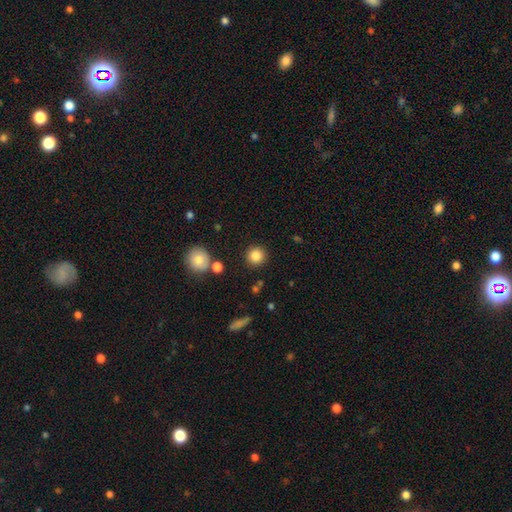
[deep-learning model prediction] Q: Smooth or featured?
A: smooth (84%); runner-up: star or artifact (10%)
Q: How rounded?
A: round (93%); runner-up: in between (6%)
Q: Merging?
A: none (88%); runner-up: minor disturbance (6%)